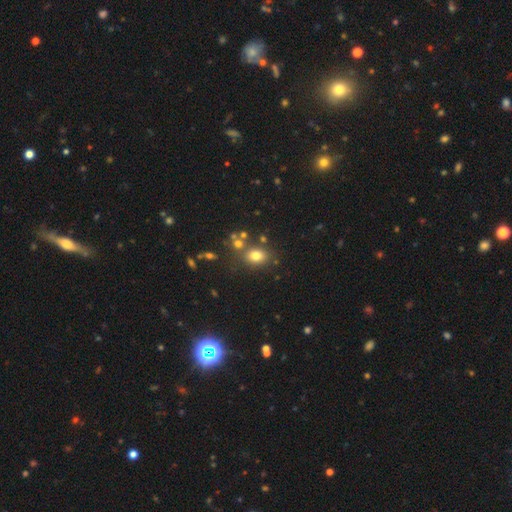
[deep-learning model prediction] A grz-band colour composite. It shows a smooth galaxy with no disk features (76%) that is in between round and cigar-shaped (61%). Merging: none (71%).